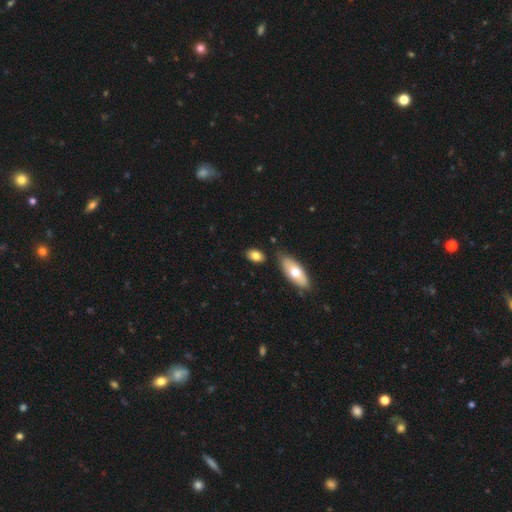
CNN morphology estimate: Q: Smooth or featured?
A: smooth (77%); runner-up: featured or disk (16%)
Q: How rounded?
A: in between (85%); runner-up: round (11%)
Q: Merging?
A: none (73%); runner-up: minor disturbance (14%)